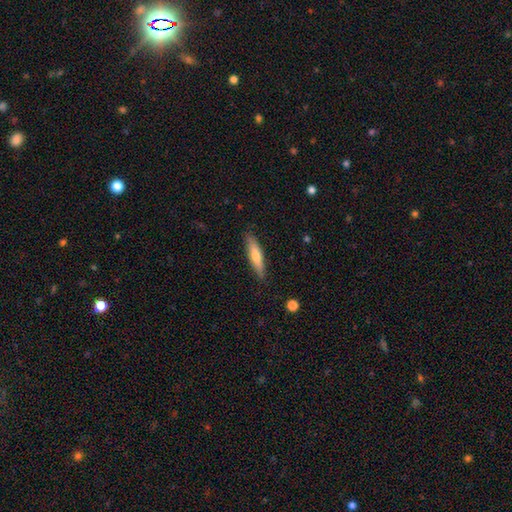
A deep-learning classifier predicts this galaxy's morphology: smooth_or_featured: smooth (p=0.57) [alt: featured or disk p=0.37]
how_rounded: cigar-shaped (p=0.81) [alt: in between p=0.17]
merging: none (p=0.88) [alt: minor disturbance p=0.09]